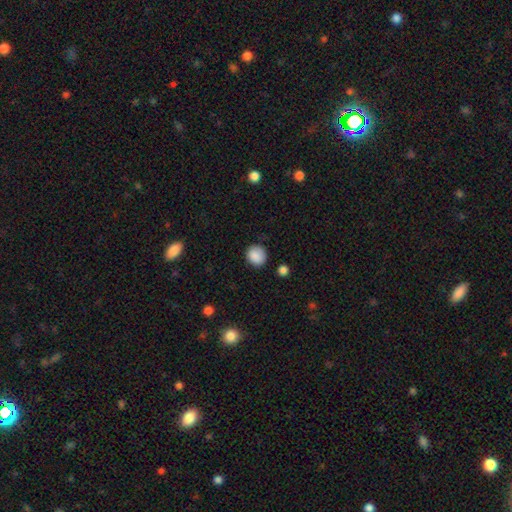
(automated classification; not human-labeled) The model was most divided on "how rounded": round: 81%, in between: 18%, cigar-shaped: 1%. More confident: smooth or featured — smooth (88%); merging — none (83%).